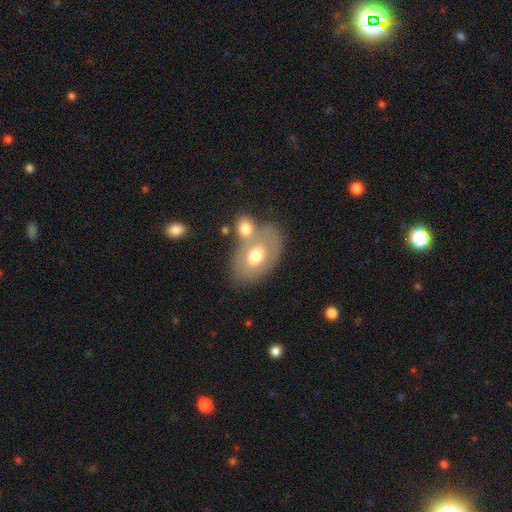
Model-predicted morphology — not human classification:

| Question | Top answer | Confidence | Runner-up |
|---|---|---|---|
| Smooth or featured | smooth | 59% | featured or disk (34%) |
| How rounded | in between | 86% | round (12%) |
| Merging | none | 41% | merger (37%) |